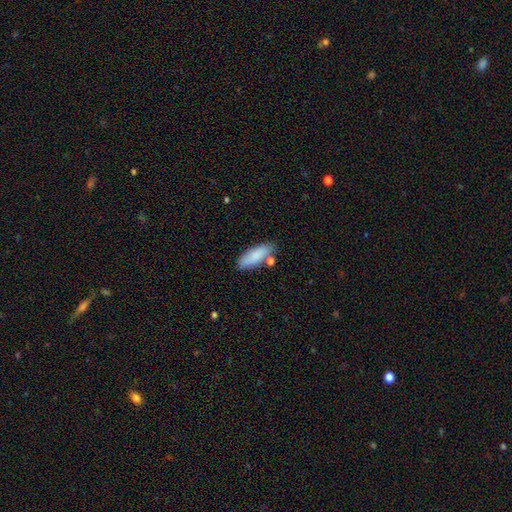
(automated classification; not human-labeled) A smooth galaxy with no disk features (85%) that is in between round and cigar-shaped (66%). Merging: none (73%).